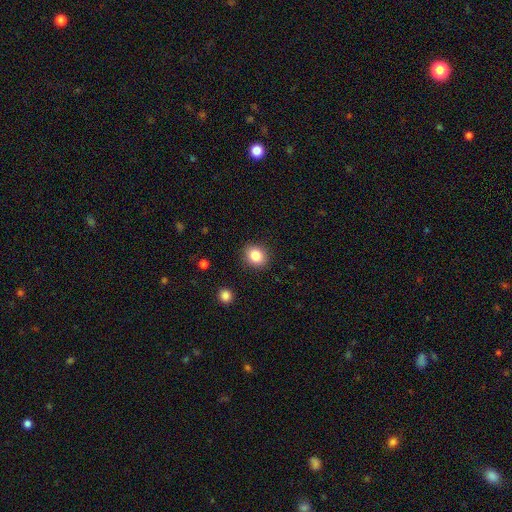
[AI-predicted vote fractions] Q: Smooth or featured?
A: smooth (84%); runner-up: star or artifact (10%)
Q: How rounded?
A: round (61%); runner-up: in between (38%)
Q: Merging?
A: none (89%); runner-up: minor disturbance (8%)